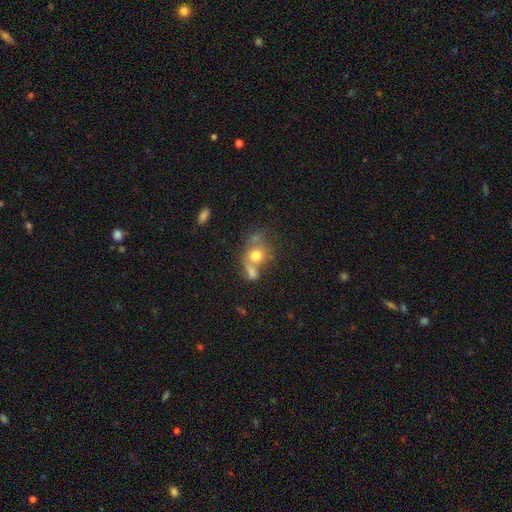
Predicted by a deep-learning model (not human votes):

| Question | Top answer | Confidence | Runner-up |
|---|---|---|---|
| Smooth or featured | smooth | 70% | featured or disk (19%) |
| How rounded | round | 65% | in between (33%) |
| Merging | merger | 48% | none (31%) |